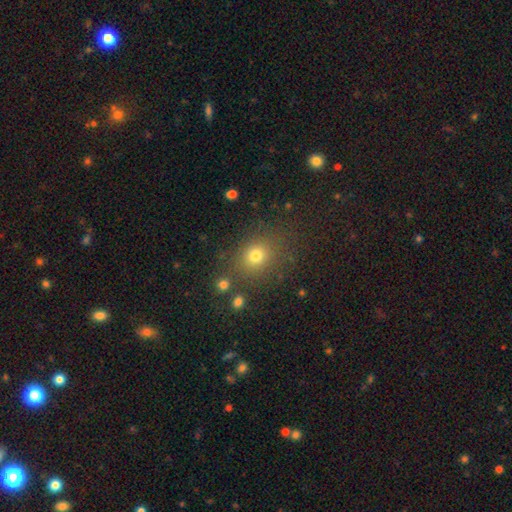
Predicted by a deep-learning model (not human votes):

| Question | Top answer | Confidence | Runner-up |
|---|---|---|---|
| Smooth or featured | smooth | 75% | star or artifact (17%) |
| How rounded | round | 70% | in between (29%) |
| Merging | none | 78% | minor disturbance (11%) |